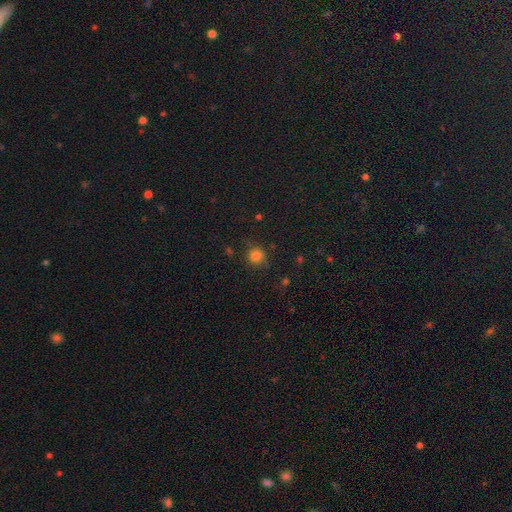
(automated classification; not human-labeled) Smooth or featured: smooth — 81% (star or artifact — 14%)
How rounded: round — 83% (in between — 16%)
Merging: none — 77% (minor disturbance — 16%)